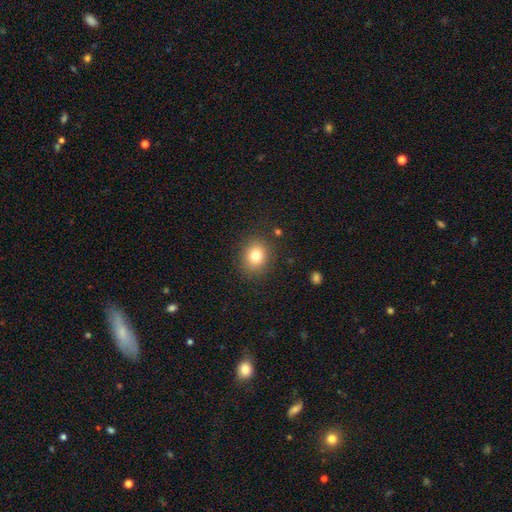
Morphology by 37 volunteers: This is clearly a smooth galaxy (89%). How rounded: likely round (79%). Merging: clearly none (89%).